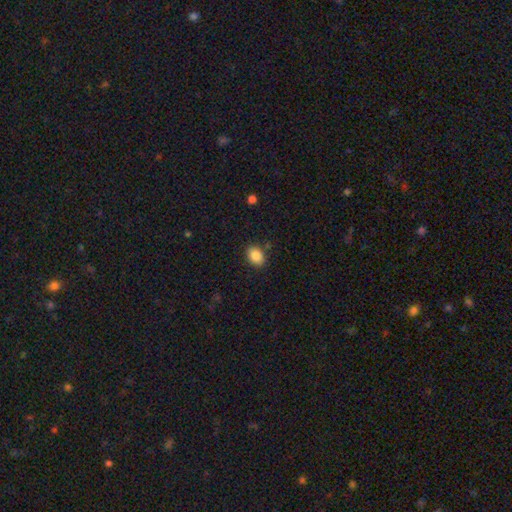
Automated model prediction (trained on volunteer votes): A smooth galaxy with no disk features (87%) that is in between round and cigar-shaped (76%). Merging: none (86%).